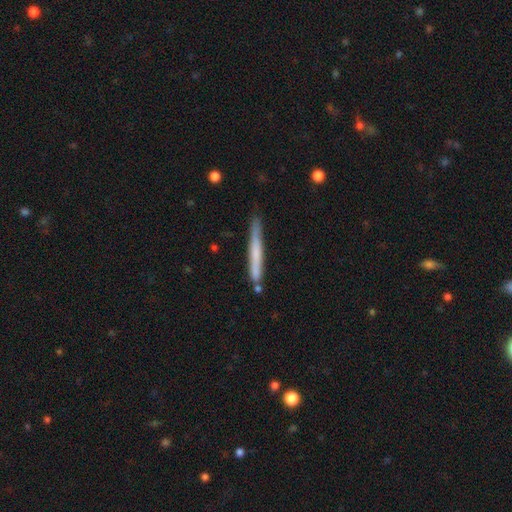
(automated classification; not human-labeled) Morphology: type=smooth (53%); roundness=cigar-shaped (97%); merging=none (77%).